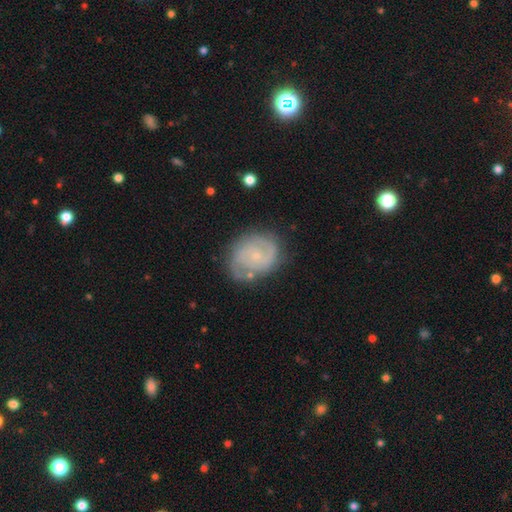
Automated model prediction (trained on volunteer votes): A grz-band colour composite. It shows a featured or disk galaxy (76%) with no bar (70%), 2 (67%) tight (44%) spiral arms (91%) and a small central bulge (80%). Merging: none (70%).